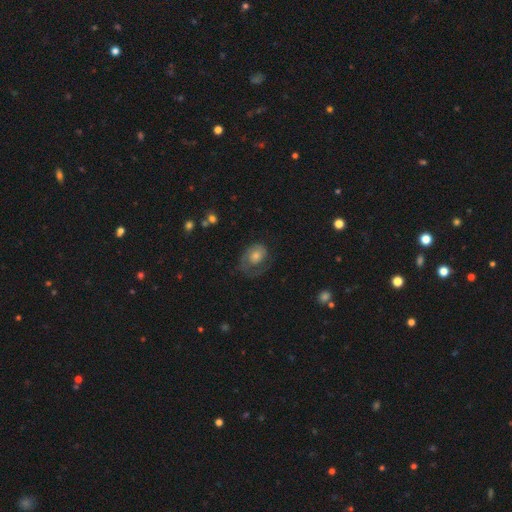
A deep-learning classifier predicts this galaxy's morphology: This is possibly a featured or disk galaxy (57%). It is clearly not viewed edge-on (96%). Bar: likely no (76%). Spiral arm pattern: likely yes (80%). Central bulge: possibly moderate (51%). Merging: possibly none (54%).